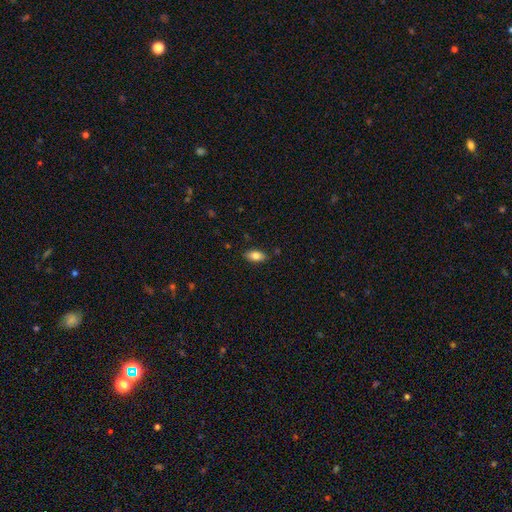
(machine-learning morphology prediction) smooth-or-featured: smooth: 80% | featured or disk: 13% | star or artifact: 7%
  how-rounded: in between: 90% | cigar-shaped: 7% | round: 3%
  merging: none: 86% | minor disturbance: 10% | major disturbance: 2% | merger: 1%